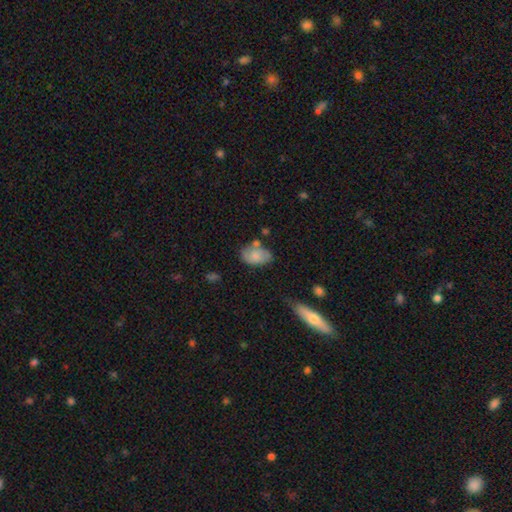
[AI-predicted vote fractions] smooth 72%, featured or disk 21%, star or artifact 7%. Down the decision tree: how rounded — in between (88%); merging — none (54%).